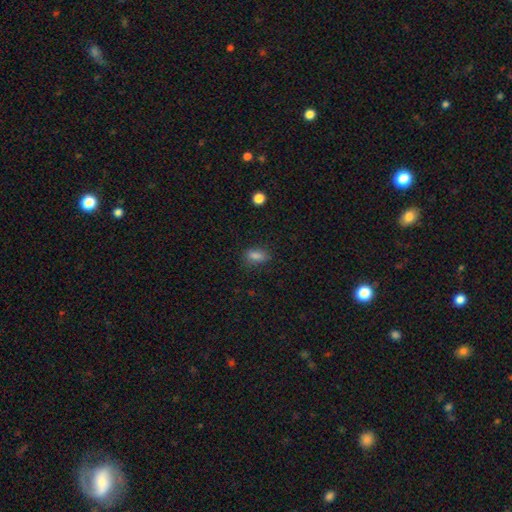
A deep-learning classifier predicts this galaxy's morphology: Smooth or featured: smooth — 82% (star or artifact — 12%)
How rounded: in between — 80% (round — 10%)
Merging: none — 76% (minor disturbance — 17%)